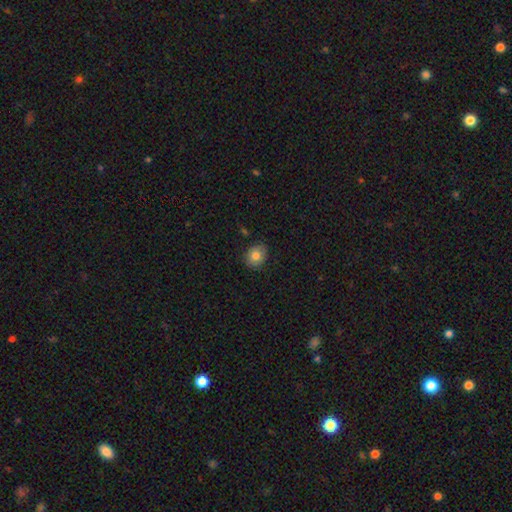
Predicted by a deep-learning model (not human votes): Smooth or featured? smooth (82%)
How rounded? round (54%)
Merging? none (83%)